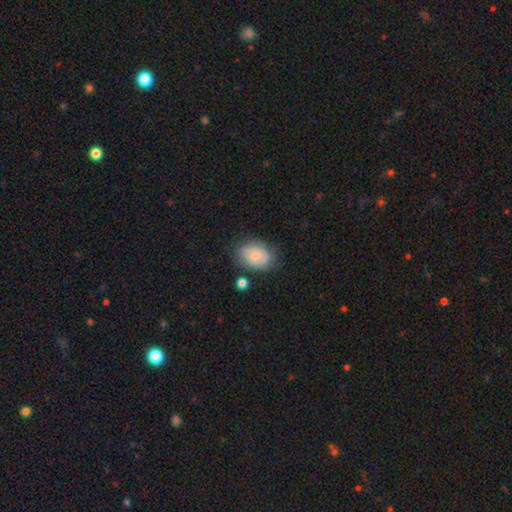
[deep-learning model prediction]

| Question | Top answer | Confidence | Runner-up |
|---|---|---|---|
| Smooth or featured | smooth | 68% | featured or disk (24%) |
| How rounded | in between | 70% | round (29%) |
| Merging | none | 64% | minor disturbance (24%) |